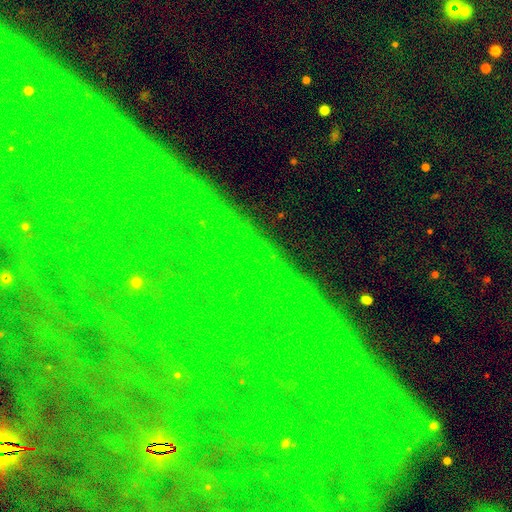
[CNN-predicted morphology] A star or artifact, not a galaxy (83%).